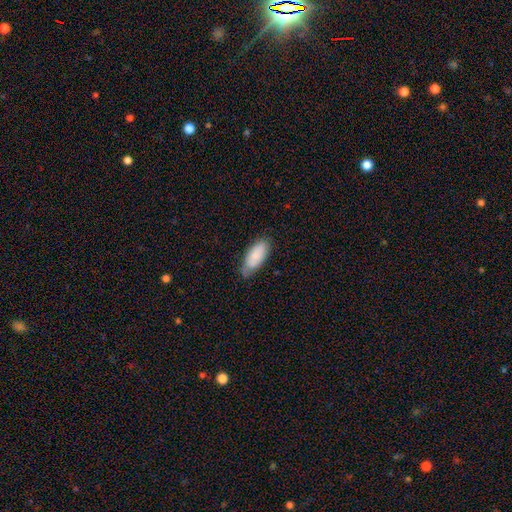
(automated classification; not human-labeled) A smooth galaxy with no disk features (80%) that is in between round and cigar-shaped (86%).

Vote fractions:
- Smooth or featured? smooth: 80% / featured or disk: 13% / star or artifact: 6%
- How rounded? in between: 86% / cigar-shaped: 13% / round: 2%
- Merging? none: 66% / minor disturbance: 28% / major disturbance: 5% / merger: 2%